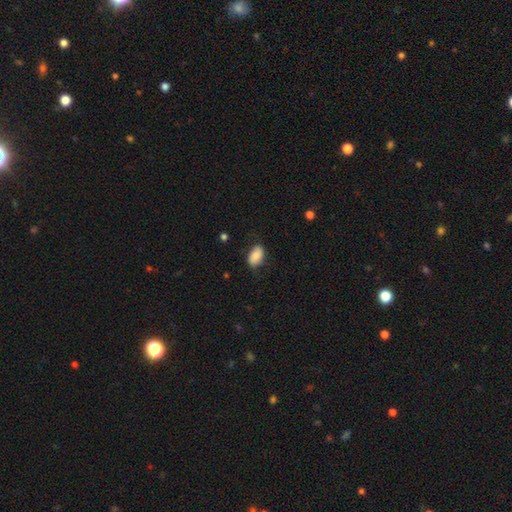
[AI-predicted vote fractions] smooth 82%, featured or disk 11%, star or artifact 7%. Down the decision tree: how rounded — in between (91%); merging — none (75%).